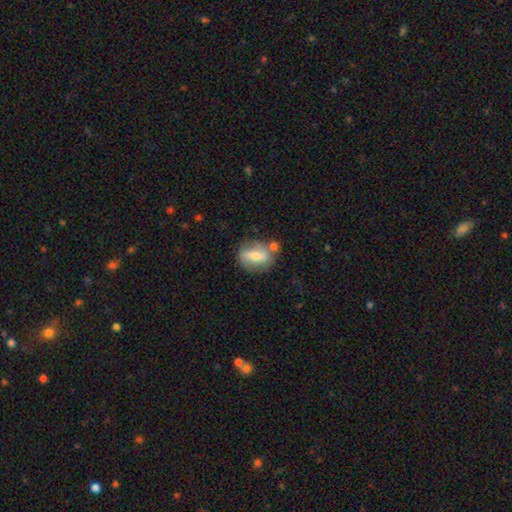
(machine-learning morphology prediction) smooth_or_featured: smooth (p=0.48) [alt: featured or disk p=0.44]
merging: none (p=0.63) [alt: minor disturbance p=0.17]